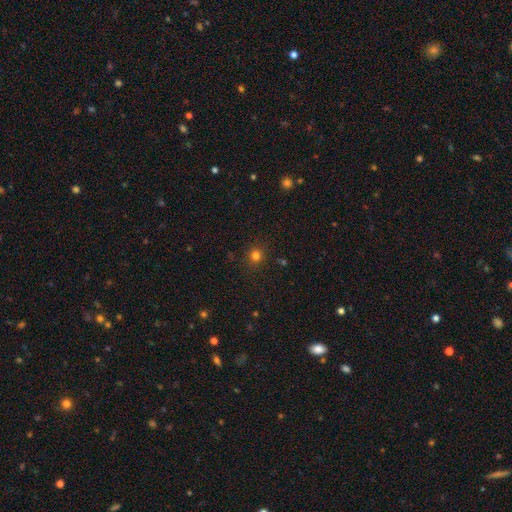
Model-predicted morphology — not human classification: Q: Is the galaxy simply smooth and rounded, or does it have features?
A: smooth — 77%.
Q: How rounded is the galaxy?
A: round — 88%.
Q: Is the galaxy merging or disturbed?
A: none — 88%.